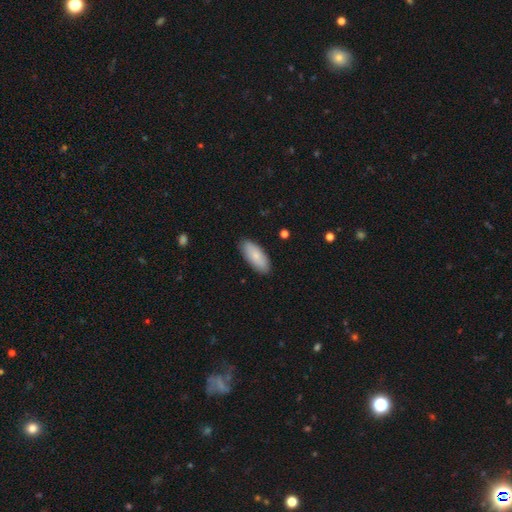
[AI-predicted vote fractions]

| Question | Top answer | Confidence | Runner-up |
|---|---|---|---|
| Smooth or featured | smooth | 79% | featured or disk (15%) |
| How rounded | in between | 83% | cigar-shaped (15%) |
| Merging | none | 88% | minor disturbance (10%) |